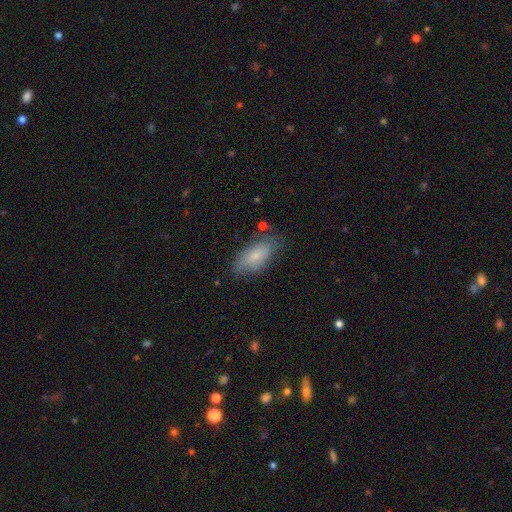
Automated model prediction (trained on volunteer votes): smooth_or_featured: smooth (p=0.74) [alt: featured or disk p=0.19]
how_rounded: in between (p=0.87) [alt: cigar-shaped p=0.10]
merging: none (p=0.72) [alt: minor disturbance p=0.21]